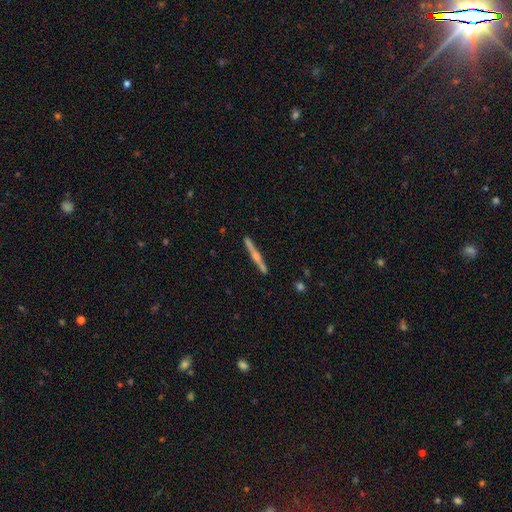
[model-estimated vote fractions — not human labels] Overall: featured or disk (70%). Edge-on disk: yes (98%). Edge-on bulge: rounded (73%). Merging: none (89%).